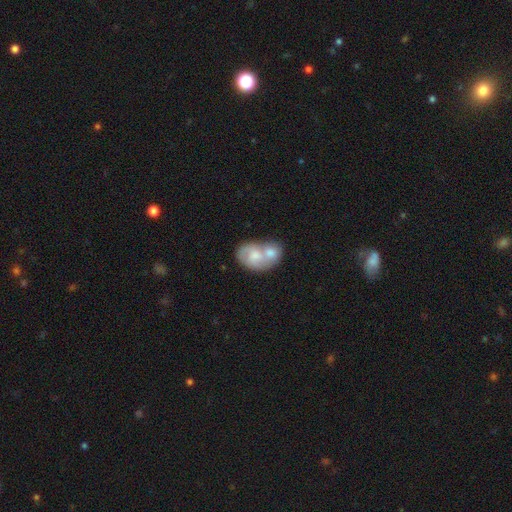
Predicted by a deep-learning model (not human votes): Morphology: type=smooth (57%); roundness=in between (73%); merging=merger (73%).